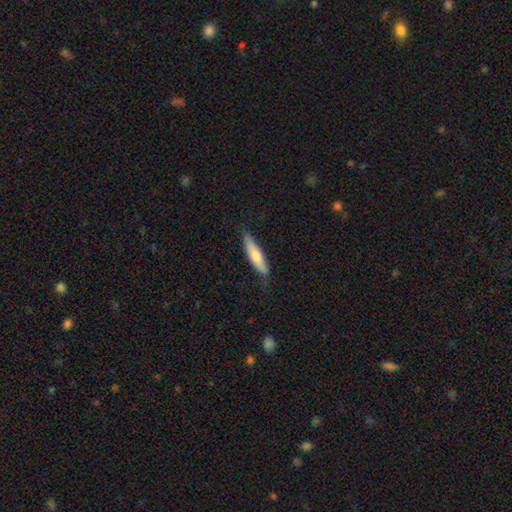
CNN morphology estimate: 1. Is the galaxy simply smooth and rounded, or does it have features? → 72% smooth, 23% featured or disk, 5% star or artifact.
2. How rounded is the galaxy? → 72% cigar-shaped, 27% in between, 2% round.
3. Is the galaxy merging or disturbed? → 77% none, 19% minor disturbance, 3% major disturbance, 1% merger.